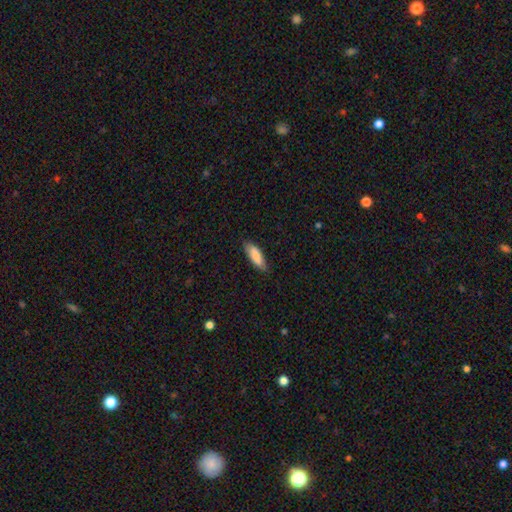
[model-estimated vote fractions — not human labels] smooth 82%, featured or disk 12%, star or artifact 6%. Down the decision tree: how rounded — in between (56%); merging — none (82%).